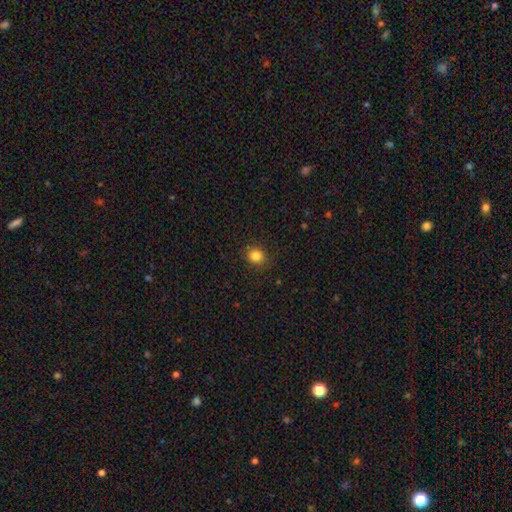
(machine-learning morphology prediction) Smooth or featured? smooth (84%)
How rounded? round (72%)
Merging? none (88%)